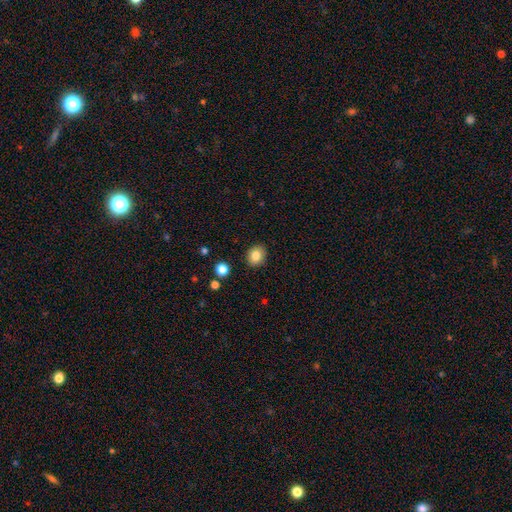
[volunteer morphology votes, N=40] A smooth galaxy with no disk features (85%) that is round (94%). Merging: none (89%).